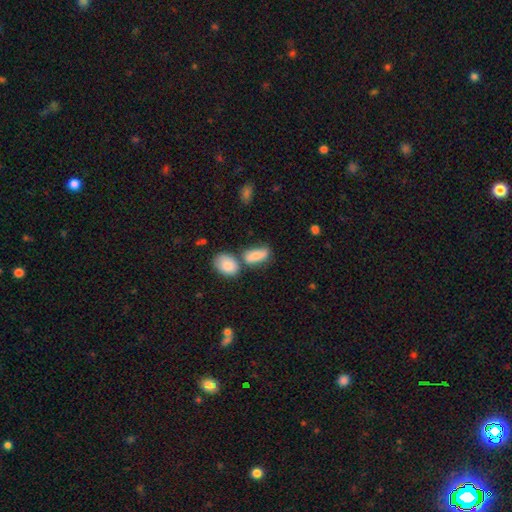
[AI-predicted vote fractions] Smooth or featured? smooth (82%)
How rounded? in between (86%)
Merging? none (44%)